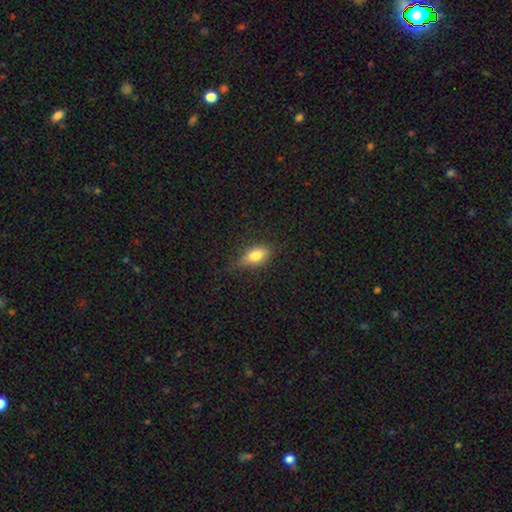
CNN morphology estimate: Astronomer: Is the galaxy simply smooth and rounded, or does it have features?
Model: smooth — 75%.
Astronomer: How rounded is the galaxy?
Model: in between — 82%.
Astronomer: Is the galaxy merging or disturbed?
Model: none — 73%.